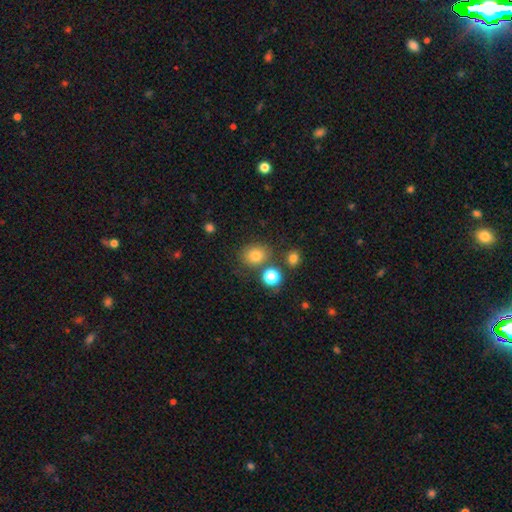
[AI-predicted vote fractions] Morphology: type=smooth (78%); roundness=round (67%); merging=none (73%).